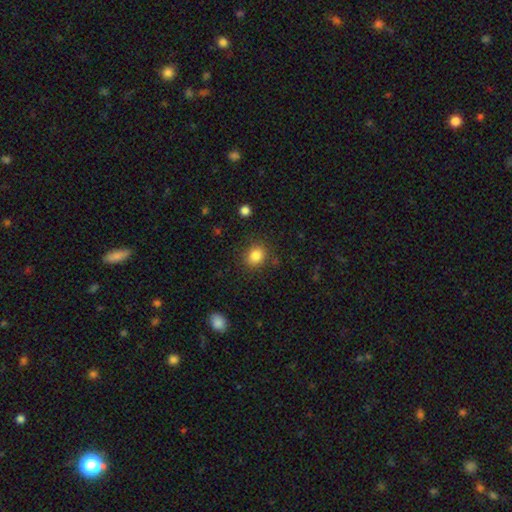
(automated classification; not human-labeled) Smooth or featured?
  - smooth: 84% *
  - star or artifact: 11%
  - featured or disk: 5%
How rounded?
  - round: 70% *
  - in between: 29%
  - cigar-shaped: 1%
Merging?
  - none: 85% *
  - minor disturbance: 10%
  - major disturbance: 3%
  - merger: 2%